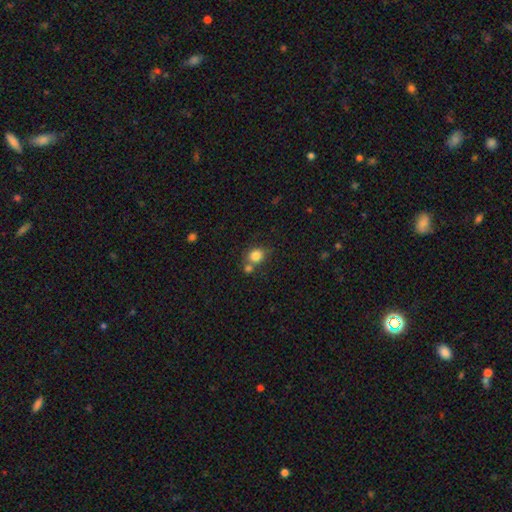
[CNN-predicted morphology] Smooth or featured?
  - smooth: 82% *
  - star or artifact: 11%
  - featured or disk: 7%
How rounded?
  - round: 72% *
  - in between: 27%
  - cigar-shaped: 1%
Merging?
  - none: 56% *
  - merger: 29%
  - minor disturbance: 11%
  - major disturbance: 4%